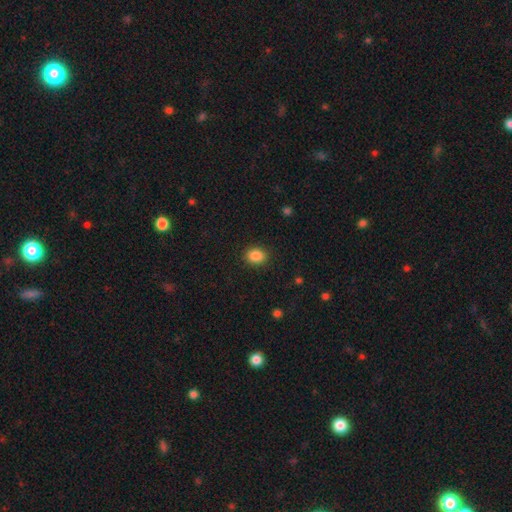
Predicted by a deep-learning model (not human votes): This is clearly a smooth galaxy (87%). How rounded: possibly in between (52%). Merging: clearly none (89%).